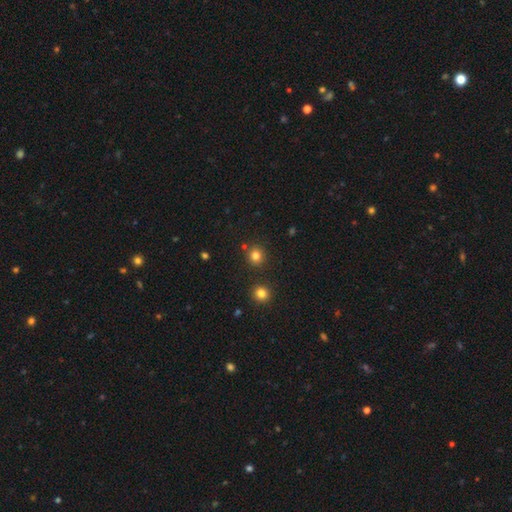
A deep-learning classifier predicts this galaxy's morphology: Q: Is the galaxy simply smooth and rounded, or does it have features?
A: smooth — 80%.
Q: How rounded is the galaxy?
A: round — 90%.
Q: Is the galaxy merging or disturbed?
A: none — 86%.